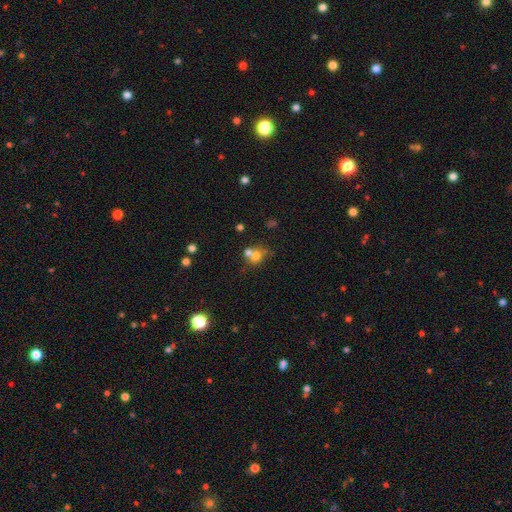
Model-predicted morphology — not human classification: This appears to be a smooth galaxy with no disk features (67%) that is round (68%). Merging: merger (52%).